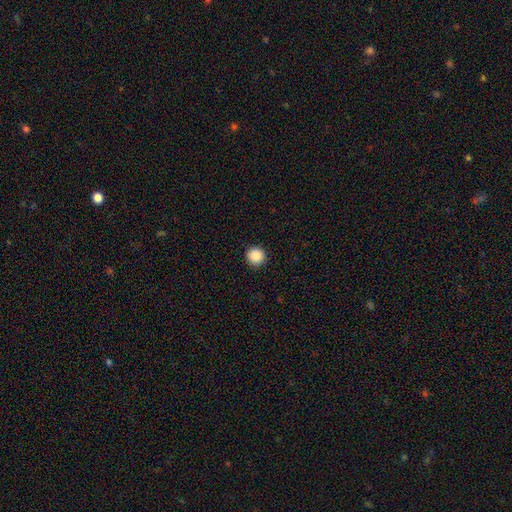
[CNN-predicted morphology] smooth-or-featured: smooth: 88% | star or artifact: 9% | featured or disk: 2%
  how-rounded: round: 96% | in between: 3% | cigar-shaped: 1%
  merging: none: 93% | minor disturbance: 5% | major disturbance: 2% | merger: 1%